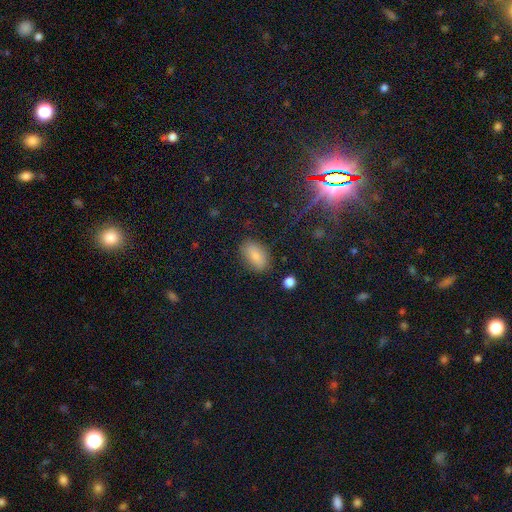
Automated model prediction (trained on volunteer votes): Overall: smooth (79%). How rounded: in between (90%). Merging: none (81%).